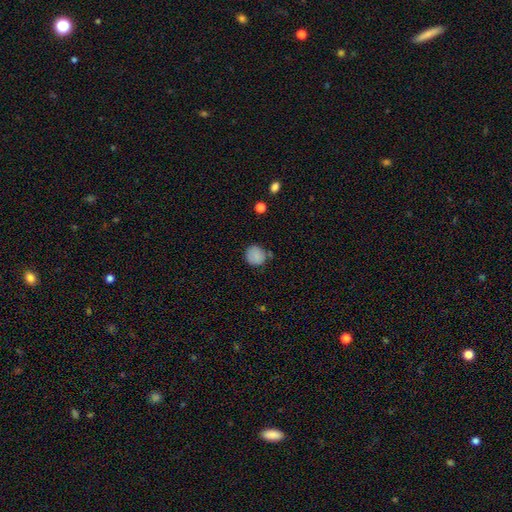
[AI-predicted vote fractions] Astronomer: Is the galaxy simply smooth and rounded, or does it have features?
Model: smooth — 85%.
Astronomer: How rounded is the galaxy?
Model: round — 87%.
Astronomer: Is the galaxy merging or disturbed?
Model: none — 74%.